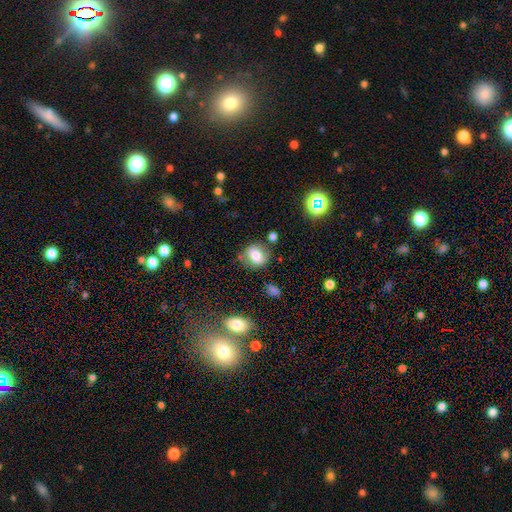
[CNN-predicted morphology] This appears to be a smooth galaxy with no disk features (75%) that is round (65%). Merging: none (70%).